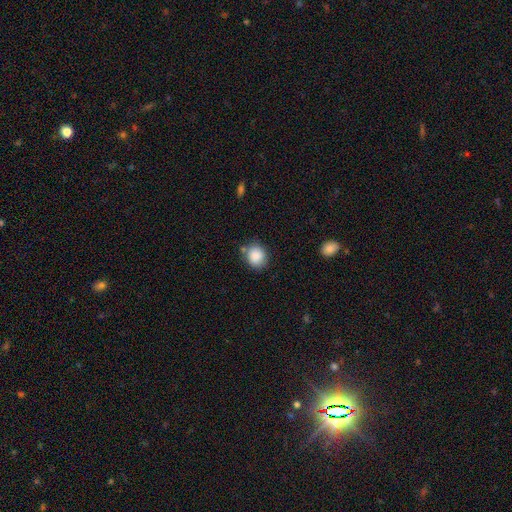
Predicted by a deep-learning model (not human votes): smooth_or_featured: smooth (p=0.87) [alt: star or artifact p=0.08]
how_rounded: round (p=0.72) [alt: in between p=0.27]
merging: none (p=0.73) [alt: minor disturbance p=0.15]